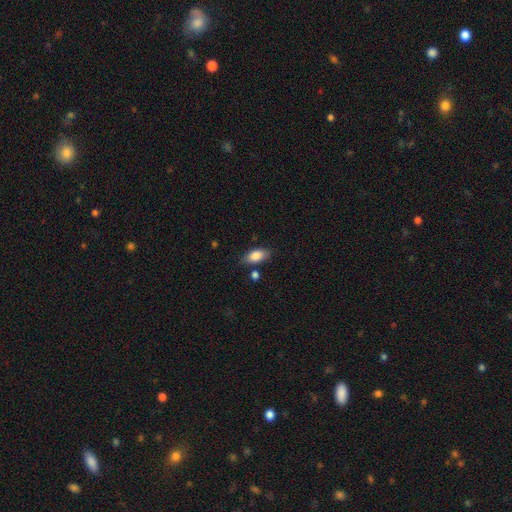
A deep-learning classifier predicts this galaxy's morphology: Overall: smooth (85%). How rounded: in between (90%). Merging: none (76%).